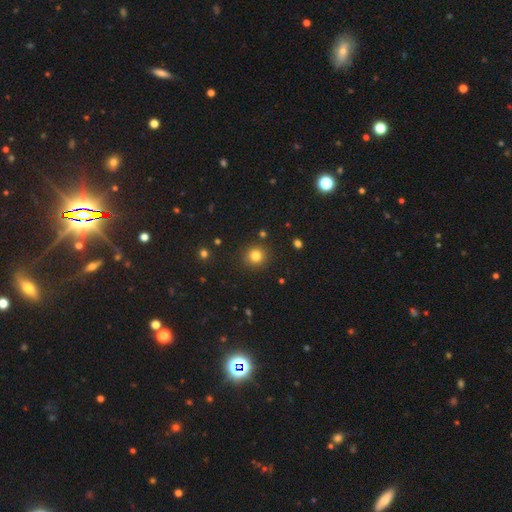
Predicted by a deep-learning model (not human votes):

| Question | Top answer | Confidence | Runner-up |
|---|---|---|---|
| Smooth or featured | smooth | 81% | star or artifact (13%) |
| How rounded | round | 93% | in between (6%) |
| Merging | none | 90% | minor disturbance (6%) |